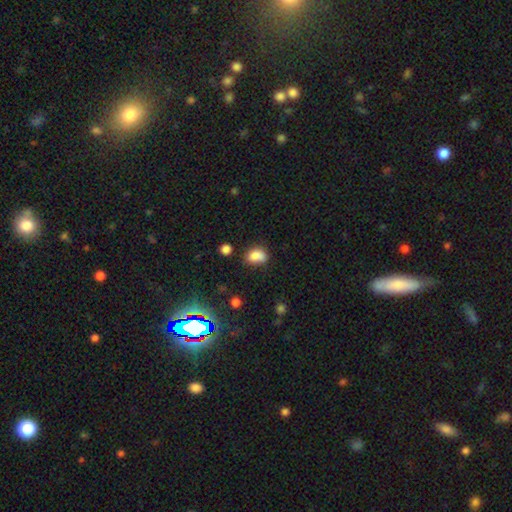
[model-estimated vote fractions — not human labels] smooth 80%, star or artifact 12%, featured or disk 9%. Down the decision tree: how rounded — in between (74%); merging — none (50%).